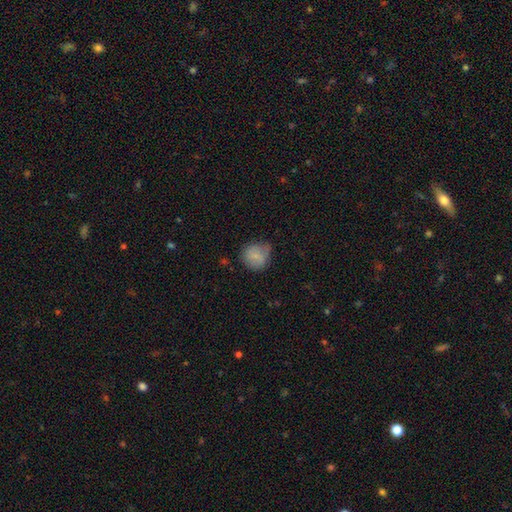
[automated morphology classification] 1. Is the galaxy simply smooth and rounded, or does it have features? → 77% smooth, 13% featured or disk, 9% star or artifact.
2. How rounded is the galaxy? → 78% round, 21% in between, 1% cigar-shaped.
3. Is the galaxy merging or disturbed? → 51% none, 35% minor disturbance, 10% major disturbance, 3% merger.